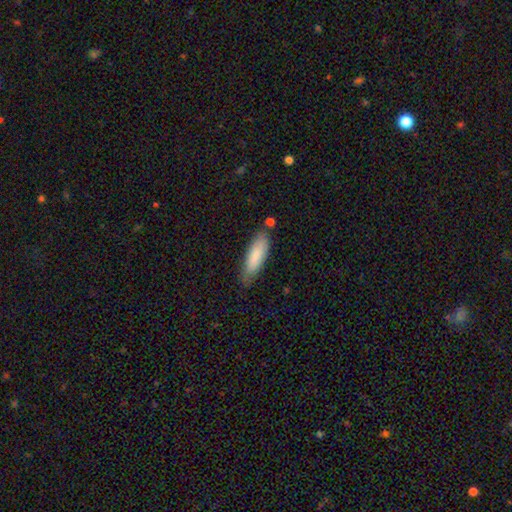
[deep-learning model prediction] Smooth or featured? smooth (82%)
How rounded? cigar-shaped (49%, tied with in between)
Merging? none (73%)